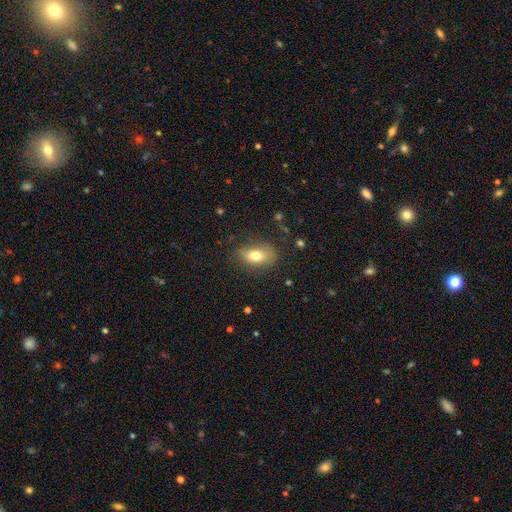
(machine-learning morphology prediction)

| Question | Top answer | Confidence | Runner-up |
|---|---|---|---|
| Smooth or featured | smooth | 73% | featured or disk (18%) |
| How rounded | in between | 83% | round (13%) |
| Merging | none | 72% | minor disturbance (19%) |